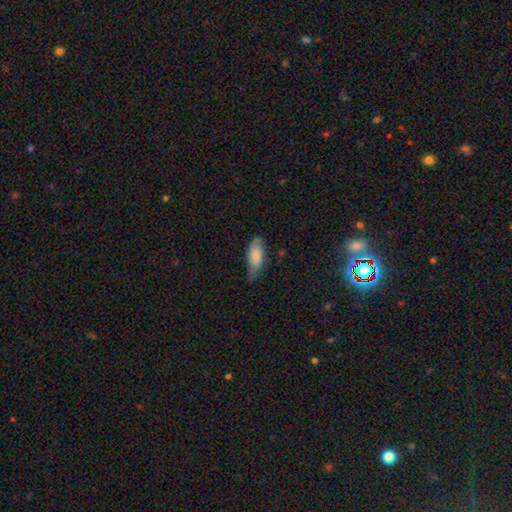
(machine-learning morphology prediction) Smooth or featured: smooth — 69% (featured or disk — 24%)
How rounded: in between — 79% (cigar-shaped — 19%)
Merging: none — 56% (minor disturbance — 34%)